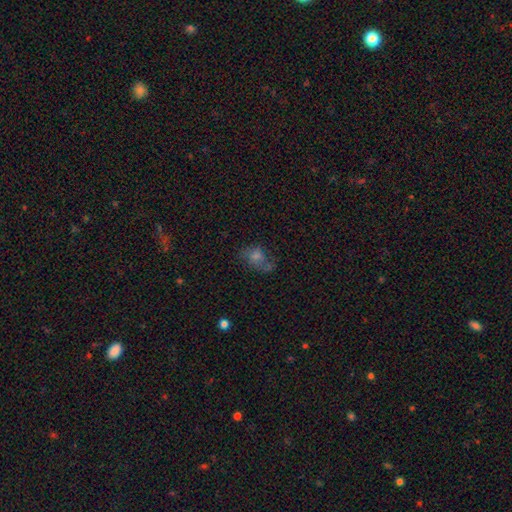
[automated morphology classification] Q: Smooth or featured?
A: smooth (53%); runner-up: featured or disk (29%)
Q: How rounded?
A: in between (66%); runner-up: round (32%)
Q: Merging?
A: none (48%); runner-up: minor disturbance (25%)